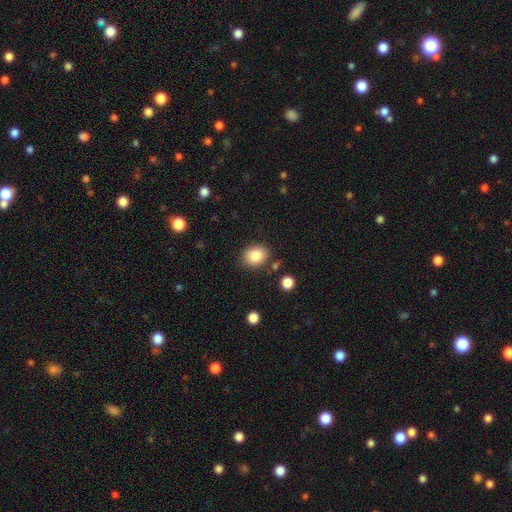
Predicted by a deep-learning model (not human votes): Q: Smooth or featured?
A: smooth (83%); runner-up: star or artifact (9%)
Q: How rounded?
A: round (57%); runner-up: in between (43%)
Q: Merging?
A: none (82%); runner-up: minor disturbance (11%)